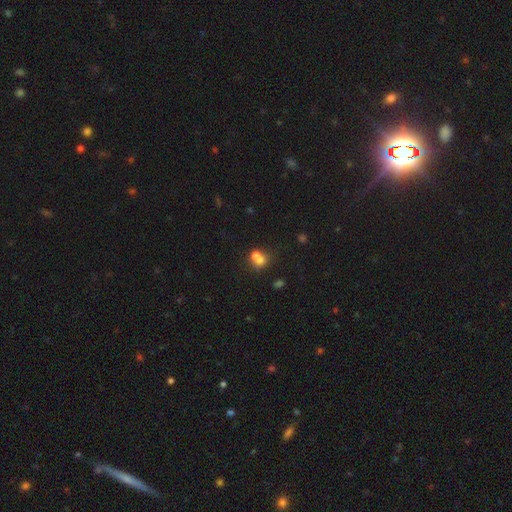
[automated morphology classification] smooth 66%, featured or disk 19%, star or artifact 14%. Down the decision tree: how rounded — round (70%); merging — merger (62%).